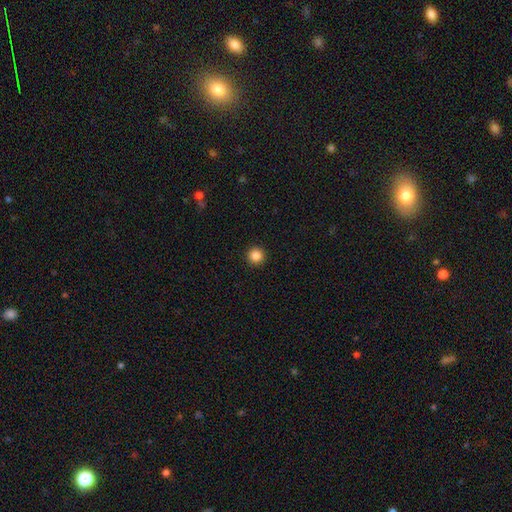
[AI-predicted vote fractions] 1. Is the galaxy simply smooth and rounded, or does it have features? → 86% smooth, 11% star or artifact, 3% featured or disk.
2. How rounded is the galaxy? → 96% round, 3% in between, 1% cigar-shaped.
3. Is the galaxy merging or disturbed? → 93% none, 4% minor disturbance, 2% major disturbance, 1% merger.